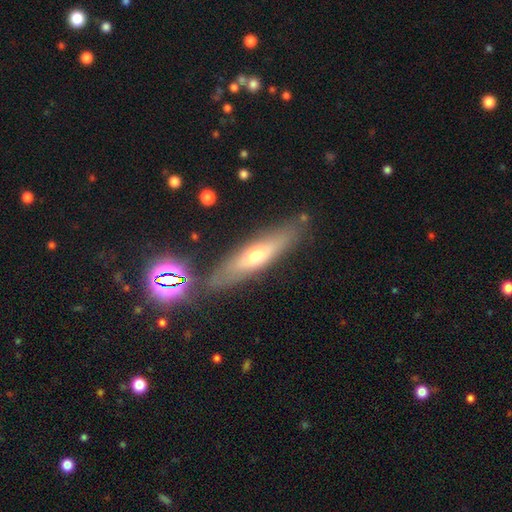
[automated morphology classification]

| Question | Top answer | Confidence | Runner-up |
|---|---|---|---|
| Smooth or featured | featured or disk | 46% | smooth (45%) |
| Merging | none | 81% | minor disturbance (12%) |